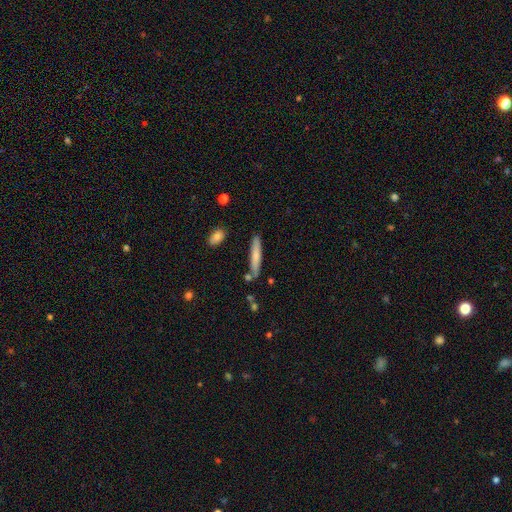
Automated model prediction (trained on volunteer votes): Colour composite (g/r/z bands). It shows a smooth galaxy with no disk features (70%) that is cigar-shaped (92%). Merging: none (81%).